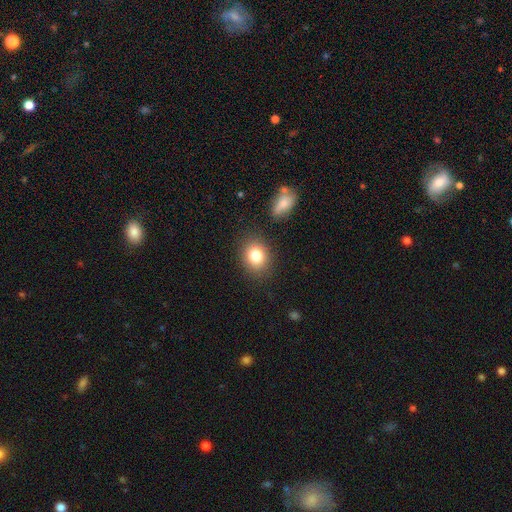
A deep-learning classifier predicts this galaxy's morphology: The model was most divided on "how rounded": round: 58%, in between: 41%, cigar-shaped: 1%. More confident: merging — none (82%); smooth or featured — smooth (81%).